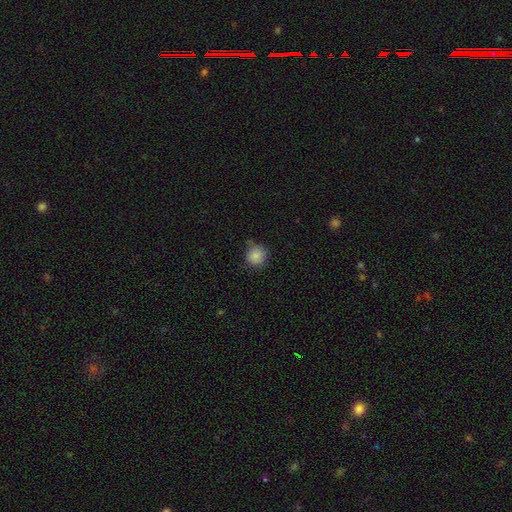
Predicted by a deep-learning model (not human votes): smooth_or_featured: smooth (p=0.85) [alt: star or artifact p=0.10]
how_rounded: round (p=0.89) [alt: in between p=0.10]
merging: none (p=0.64) [alt: minor disturbance p=0.28]